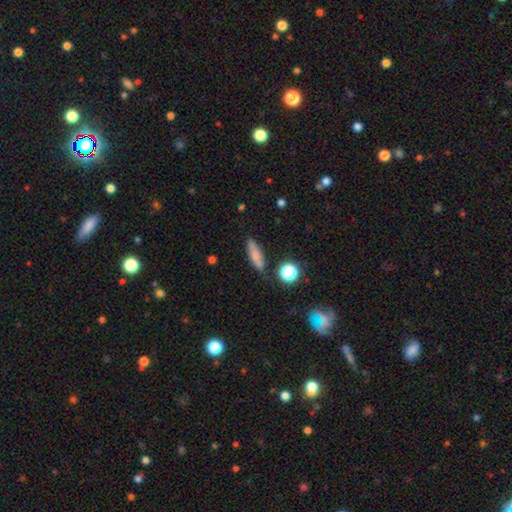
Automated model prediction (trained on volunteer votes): Smooth or featured? Predicted: smooth (p=0.72). How rounded? Predicted: cigar-shaped (p=0.60). Merging? Predicted: none (p=0.76).